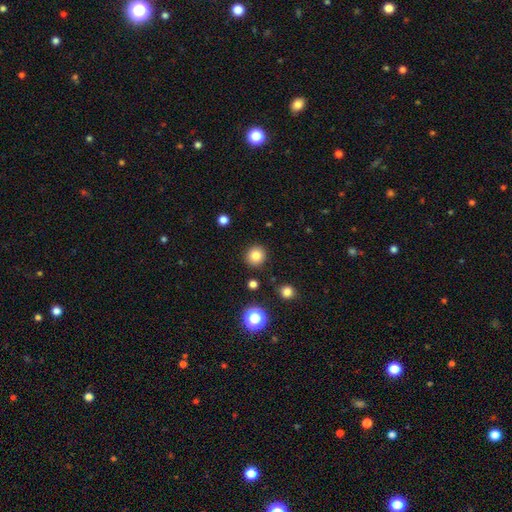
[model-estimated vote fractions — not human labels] This is clearly a smooth galaxy (82%). How rounded: clearly round (90%). Merging: clearly none (90%).